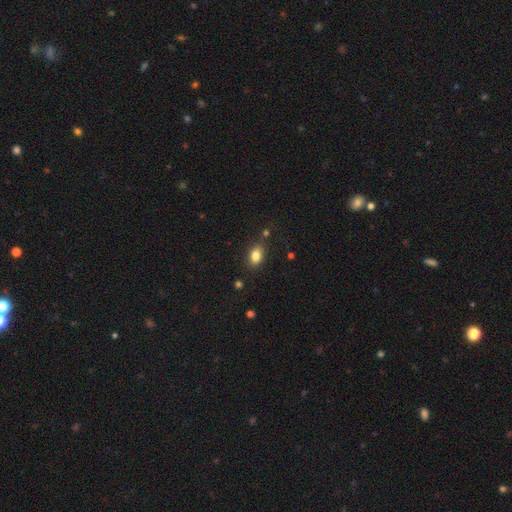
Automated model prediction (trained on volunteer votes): Q: Smooth or featured?
A: smooth (82%); runner-up: star or artifact (10%)
Q: How rounded?
A: in between (80%); runner-up: round (18%)
Q: Merging?
A: none (81%); runner-up: minor disturbance (13%)